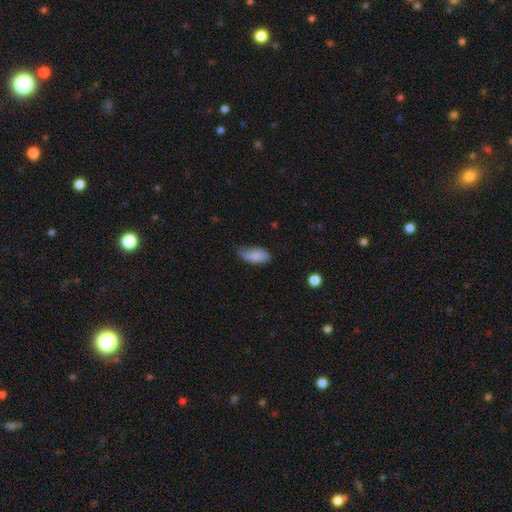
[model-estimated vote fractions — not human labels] Overall: smooth (85%). How rounded: in between (90%). Merging: none (45%; minor disturbance 42%).